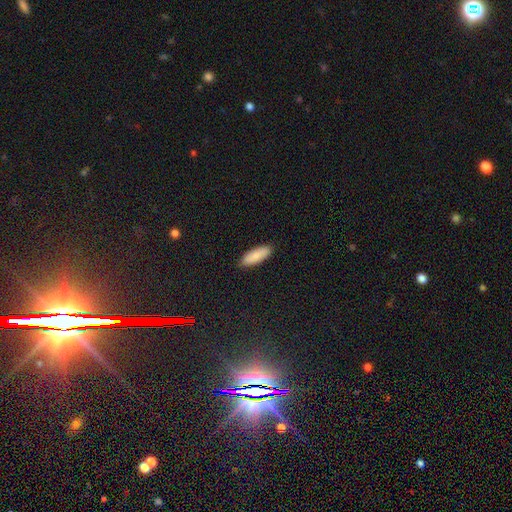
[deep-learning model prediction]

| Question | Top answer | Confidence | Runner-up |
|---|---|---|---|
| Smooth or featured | smooth | 87% | featured or disk (7%) |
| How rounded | in between | 61% | cigar-shaped (37%) |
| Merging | none | 90% | minor disturbance (8%) |